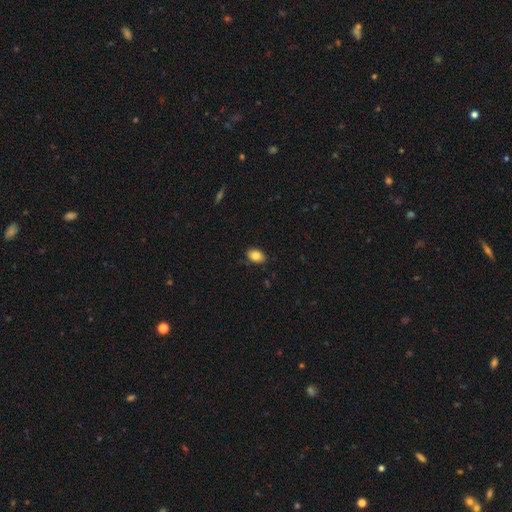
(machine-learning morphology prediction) Q: Smooth or featured?
A: smooth (83%); runner-up: star or artifact (8%)
Q: How rounded?
A: in between (83%); runner-up: round (16%)
Q: Merging?
A: none (85%); runner-up: minor disturbance (12%)